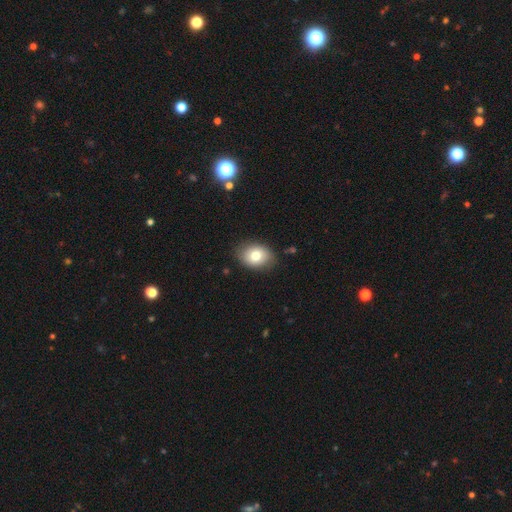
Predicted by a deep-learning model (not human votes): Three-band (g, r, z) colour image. It shows a smooth galaxy with no disk features (77%) that is in between round and cigar-shaped (69%). Merging: none (82%).